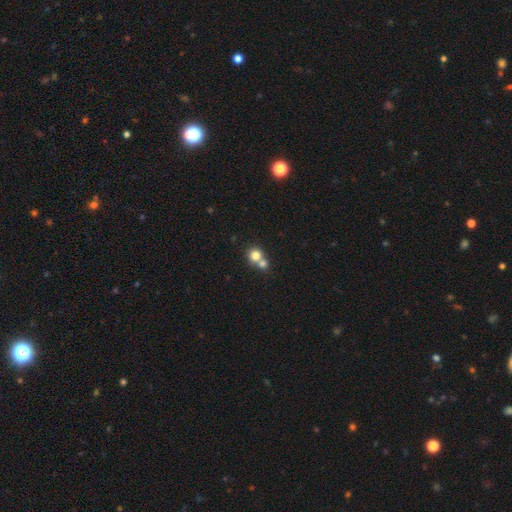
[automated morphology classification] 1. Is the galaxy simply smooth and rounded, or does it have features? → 78% smooth, 11% featured or disk, 11% star or artifact.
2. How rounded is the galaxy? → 87% round, 13% in between, 1% cigar-shaped.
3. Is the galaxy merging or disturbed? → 53% merger, 39% none, 5% minor disturbance, 2% major disturbance.